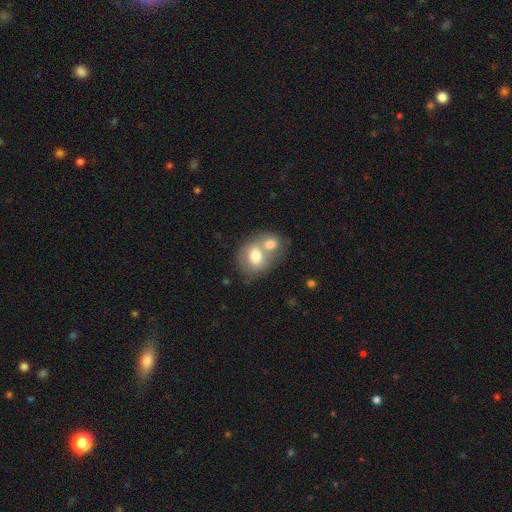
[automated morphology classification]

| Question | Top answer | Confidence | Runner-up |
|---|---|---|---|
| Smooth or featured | smooth | 69% | featured or disk (23%) |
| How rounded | round | 51% | in between (48%) |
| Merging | merger | 65% | none (24%) |